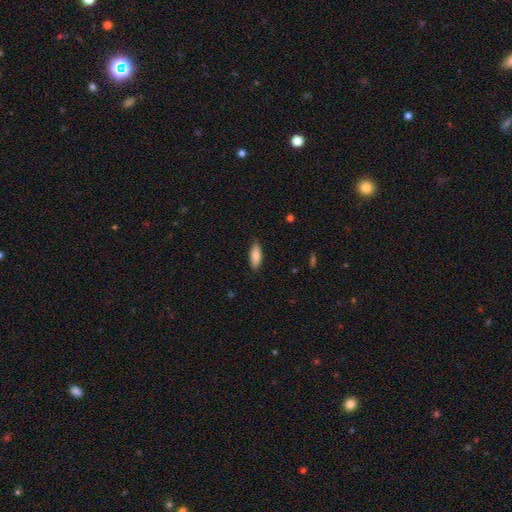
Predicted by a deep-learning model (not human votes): Smooth or featured: smooth — 84% (featured or disk — 9%)
How rounded: in between — 68% (cigar-shaped — 30%)
Merging: none — 82% (minor disturbance — 14%)